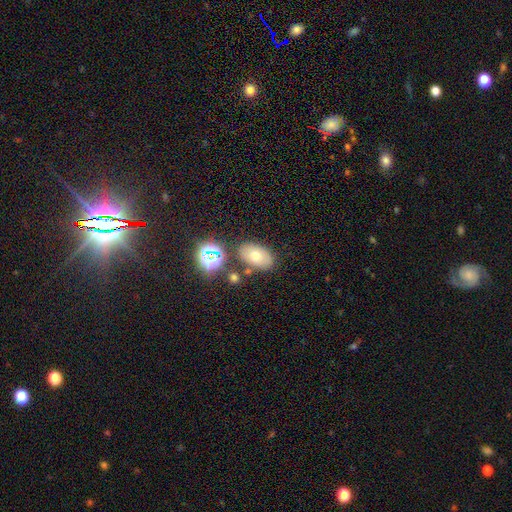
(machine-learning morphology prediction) smooth 64%, featured or disk 20%, star or artifact 16%. Down the decision tree: how rounded — in between (86%); merging — none (76%).